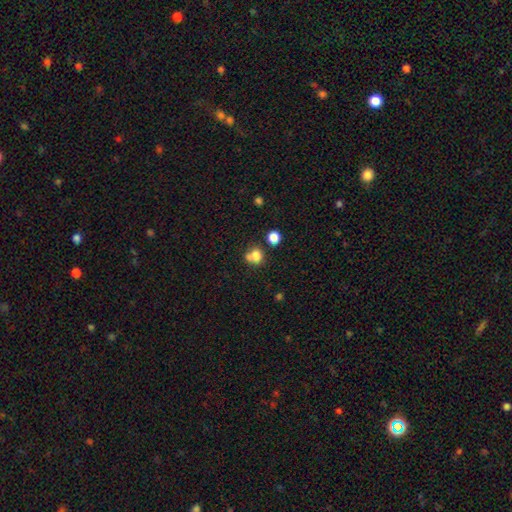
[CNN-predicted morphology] smooth 77%, star or artifact 13%, featured or disk 10%. Down the decision tree: how rounded — round (74%); merging — none (45%).